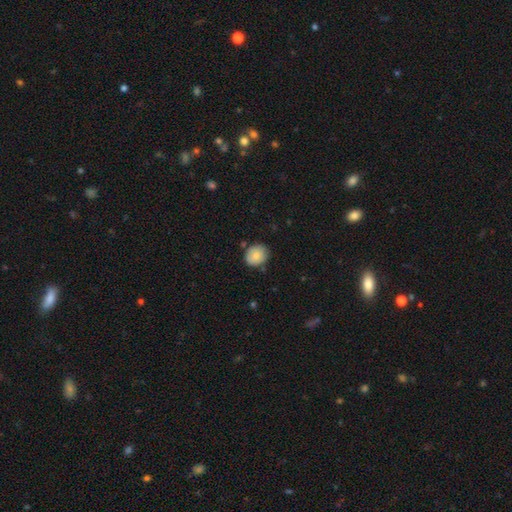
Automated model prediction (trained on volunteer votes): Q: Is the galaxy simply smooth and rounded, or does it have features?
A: smooth — 81%.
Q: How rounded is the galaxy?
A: round — 67%.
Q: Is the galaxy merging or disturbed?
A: none — 77%.